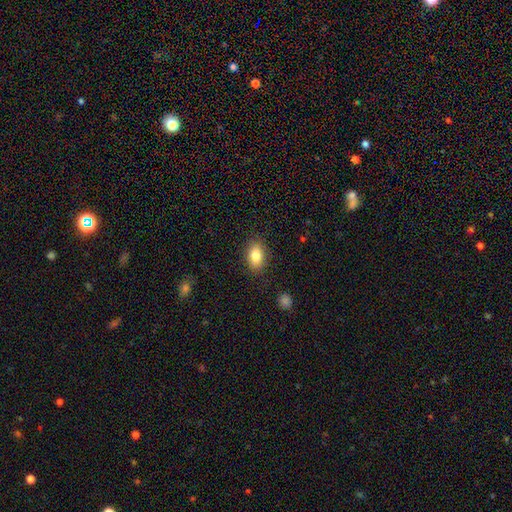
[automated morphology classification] smooth_or_featured: smooth (p=0.82) [alt: featured or disk p=0.10]
how_rounded: in between (p=0.88) [alt: round p=0.09]
merging: none (p=0.87) [alt: minor disturbance p=0.10]